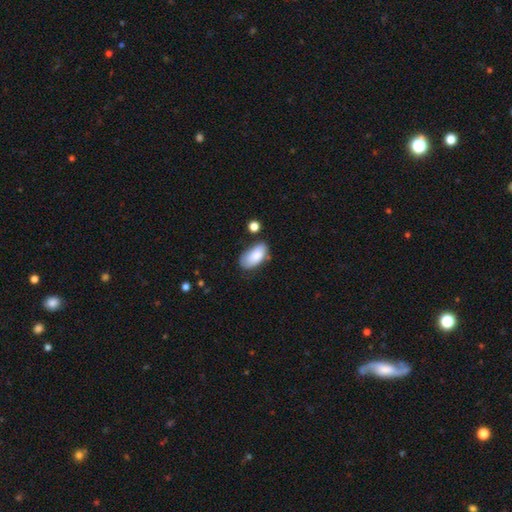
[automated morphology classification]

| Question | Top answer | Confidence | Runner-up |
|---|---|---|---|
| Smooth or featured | smooth | 82% | featured or disk (11%) |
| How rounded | in between | 94% | round (3%) |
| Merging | none | 61% | minor disturbance (26%) |